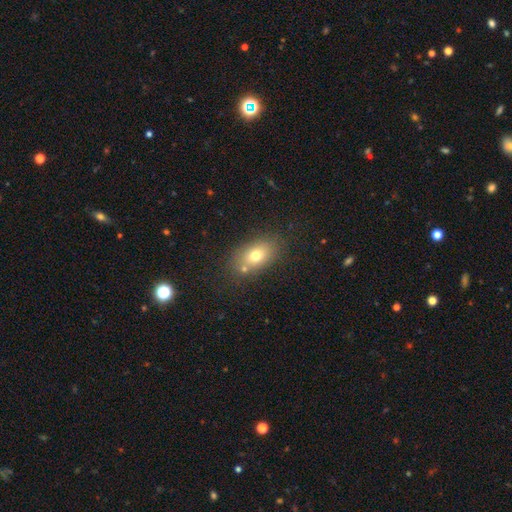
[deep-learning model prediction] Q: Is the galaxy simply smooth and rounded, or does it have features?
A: smooth — 72%.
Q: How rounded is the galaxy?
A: in between — 82%.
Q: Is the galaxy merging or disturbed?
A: none — 74%.